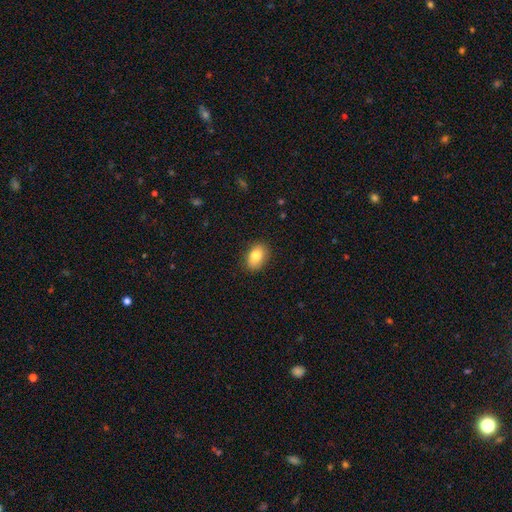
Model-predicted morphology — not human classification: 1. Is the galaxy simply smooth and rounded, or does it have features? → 82% smooth, 10% featured or disk, 8% star or artifact.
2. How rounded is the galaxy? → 82% in between, 17% round, 2% cigar-shaped.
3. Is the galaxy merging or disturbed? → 85% none, 12% minor disturbance, 2% major disturbance, 1% merger.